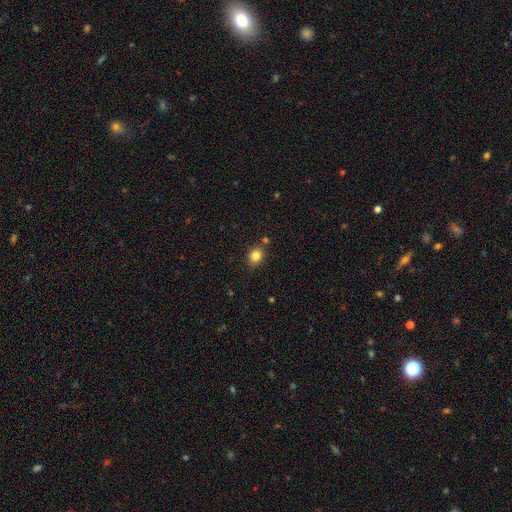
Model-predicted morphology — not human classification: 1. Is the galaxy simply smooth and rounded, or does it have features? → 84% smooth, 11% star or artifact, 5% featured or disk.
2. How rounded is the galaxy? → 55% round, 44% in between, 1% cigar-shaped.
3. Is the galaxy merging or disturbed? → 80% none, 11% minor disturbance, 6% merger, 3% major disturbance.